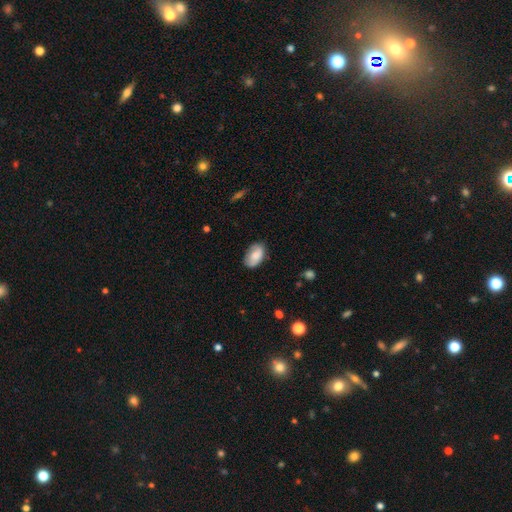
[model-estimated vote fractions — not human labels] Smooth or featured? Predicted: smooth (p=0.79). How rounded? Predicted: in between (p=0.93). Merging? Predicted: none (p=0.74).